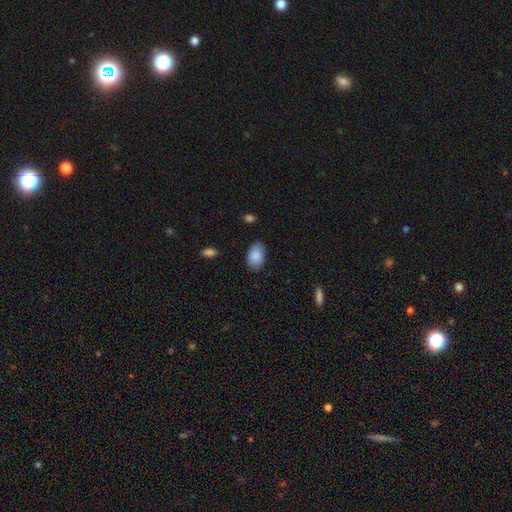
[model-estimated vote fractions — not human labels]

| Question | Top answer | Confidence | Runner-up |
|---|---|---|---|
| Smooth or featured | smooth | 87% | featured or disk (7%) |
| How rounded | in between | 91% | round (8%) |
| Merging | none | 83% | minor disturbance (13%) |